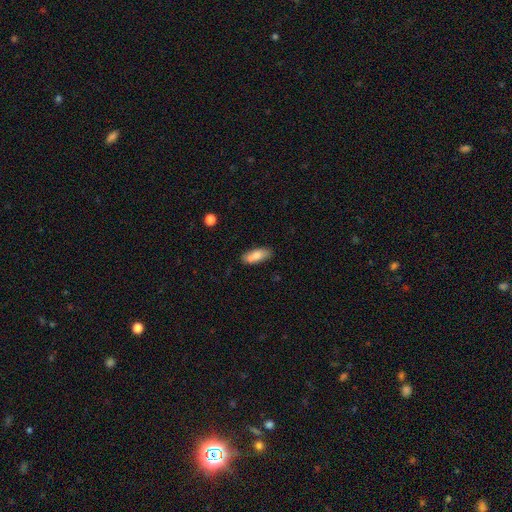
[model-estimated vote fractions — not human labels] This appears to be a smooth galaxy with no disk features (74%) that is in between round and cigar-shaped (74%). Merging: none (65%).